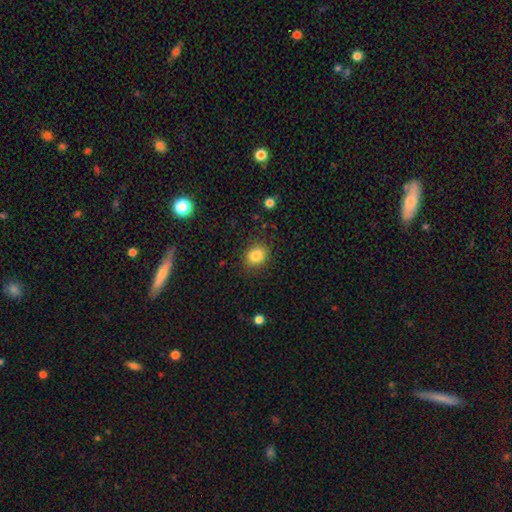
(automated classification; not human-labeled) Smooth or featured?
  - smooth: 84% *
  - star or artifact: 10%
  - featured or disk: 6%
How rounded?
  - round: 62% *
  - in between: 37%
  - cigar-shaped: 1%
Merging?
  - none: 85% *
  - minor disturbance: 10%
  - major disturbance: 3%
  - merger: 1%